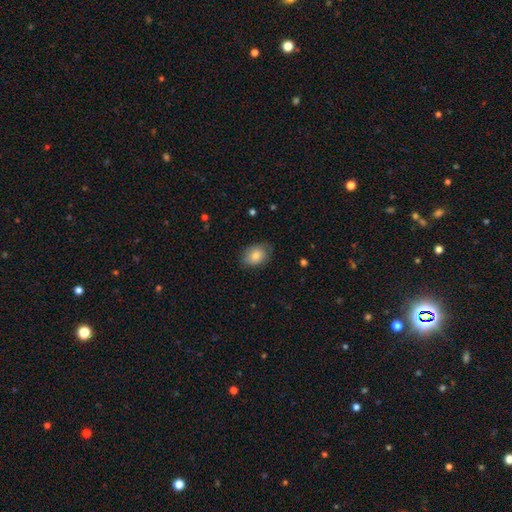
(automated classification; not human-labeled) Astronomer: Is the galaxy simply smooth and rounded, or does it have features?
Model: smooth — 80%.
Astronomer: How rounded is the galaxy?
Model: in between — 72%.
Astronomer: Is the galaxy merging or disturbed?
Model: none — 74%.